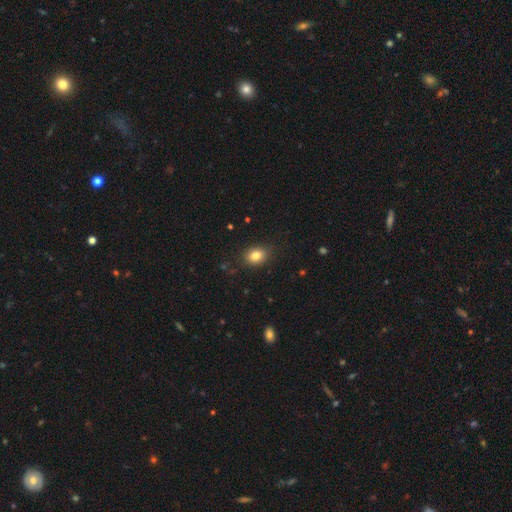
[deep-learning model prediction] smooth 82%, star or artifact 11%, featured or disk 7%. Down the decision tree: how rounded — in between (61%); merging — none (85%).